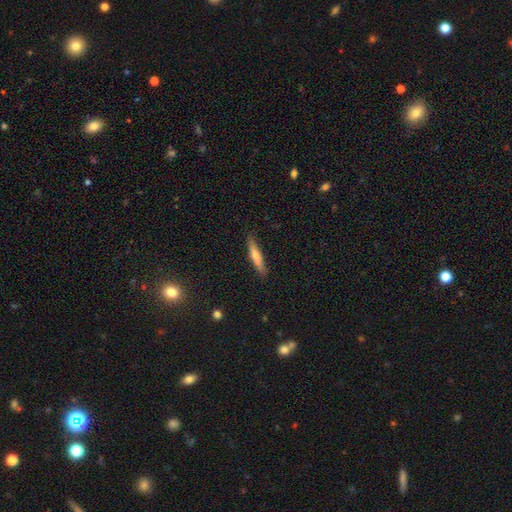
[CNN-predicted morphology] Q: Smooth or featured?
A: smooth (59%); runner-up: featured or disk (34%)
Q: How rounded?
A: cigar-shaped (88%); runner-up: in between (11%)
Q: Merging?
A: none (86%); runner-up: minor disturbance (11%)